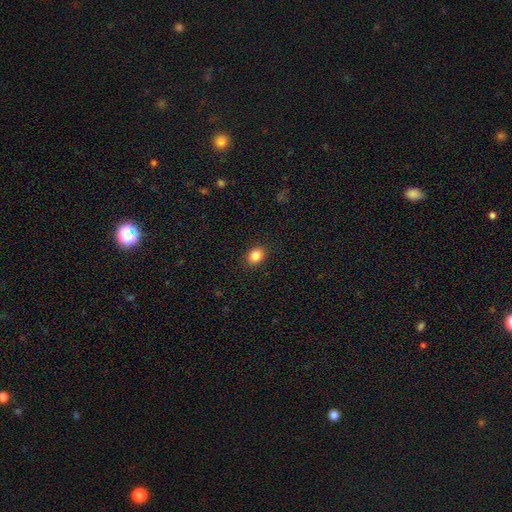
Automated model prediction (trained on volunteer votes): Smooth or featured? Predicted: smooth (p=0.85). How rounded? Predicted: in between (p=0.58). Merging? Predicted: none (p=0.89).